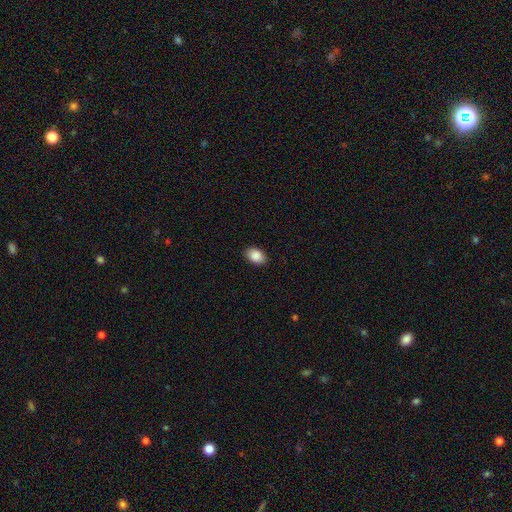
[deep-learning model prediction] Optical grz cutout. It shows a smooth galaxy with no disk features (89%) that is in between round and cigar-shaped (84%). Merging: none (88%).